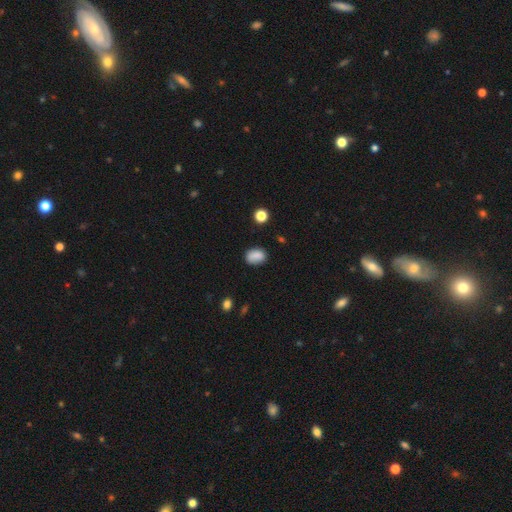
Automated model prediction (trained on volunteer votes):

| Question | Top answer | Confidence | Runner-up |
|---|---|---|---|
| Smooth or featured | smooth | 85% | star or artifact (9%) |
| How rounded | in between | 76% | round (22%) |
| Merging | none | 76% | minor disturbance (17%) |